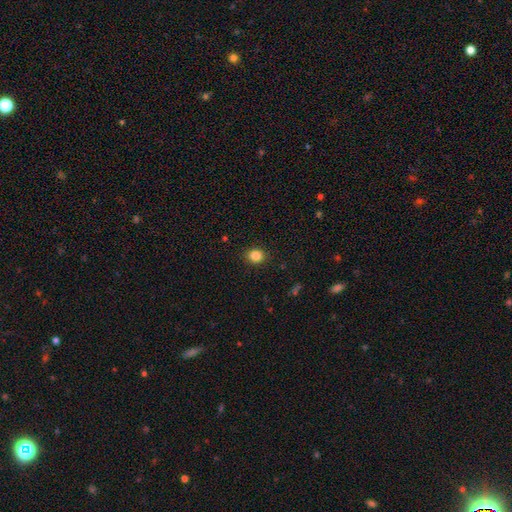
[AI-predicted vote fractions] A smooth galaxy with no disk features (85%) that is round (71%). Merging: none (90%).